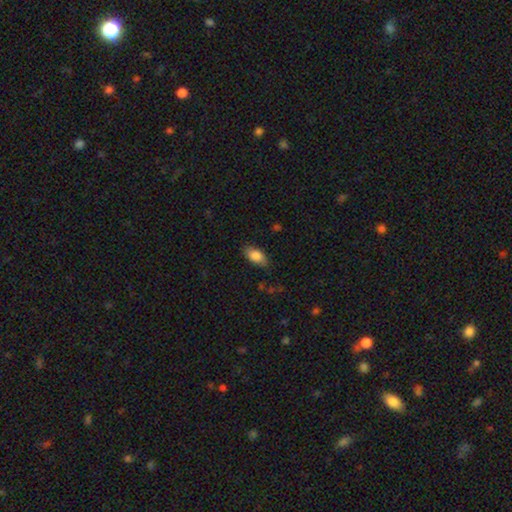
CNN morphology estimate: Smooth or featured?
  - smooth: 84% *
  - featured or disk: 9%
  - star or artifact: 7%
How rounded?
  - in between: 91% *
  - cigar-shaped: 5%
  - round: 4%
Merging?
  - none: 81% *
  - minor disturbance: 14%
  - major disturbance: 3%
  - merger: 1%